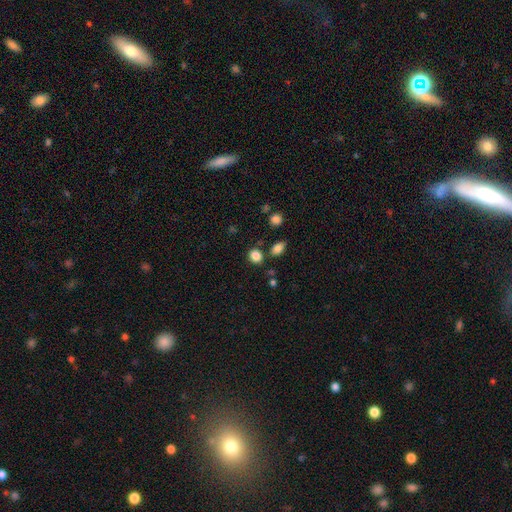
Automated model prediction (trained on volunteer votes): Smooth or featured? smooth (85%)
How rounded? round (55%)
Merging? none (78%)